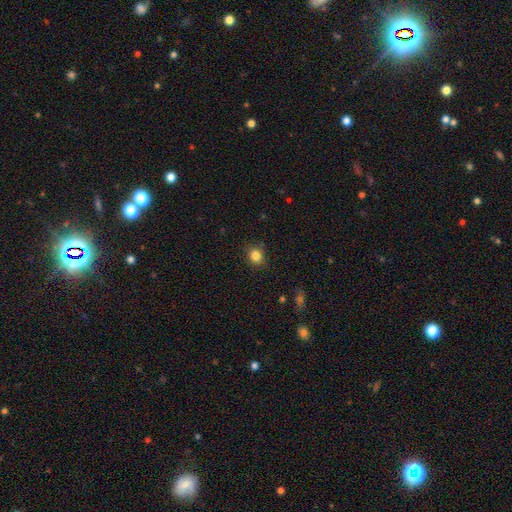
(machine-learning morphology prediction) smooth 84%, star or artifact 11%, featured or disk 4%. Down the decision tree: how rounded — round (77%); merging — none (84%).